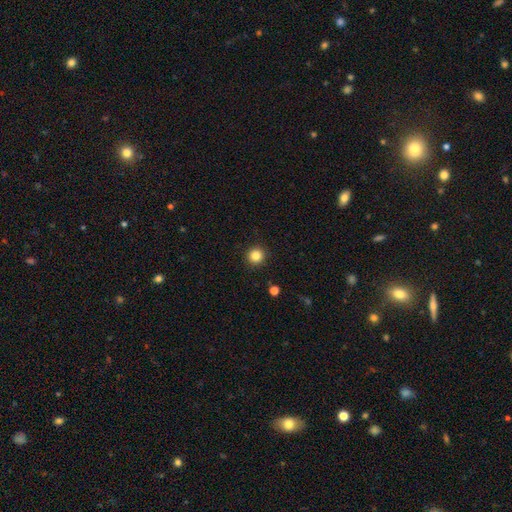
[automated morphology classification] A smooth galaxy with no disk features (84%) that is round (95%).

Vote fractions:
- Smooth or featured? smooth: 84% / star or artifact: 12% / featured or disk: 4%
- How rounded? round: 95% / in between: 4% / cigar-shaped: 1%
- Merging? none: 93% / minor disturbance: 5% / major disturbance: 2% / merger: 1%